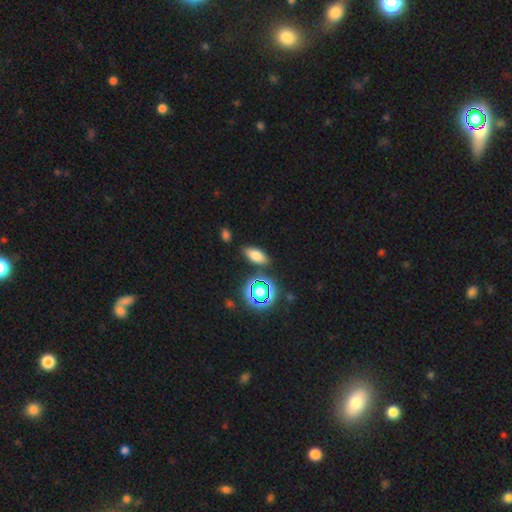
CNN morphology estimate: Smooth or featured? Predicted: smooth (p=0.71). How rounded? Predicted: in between (p=0.80). Merging? Predicted: none (p=0.83).